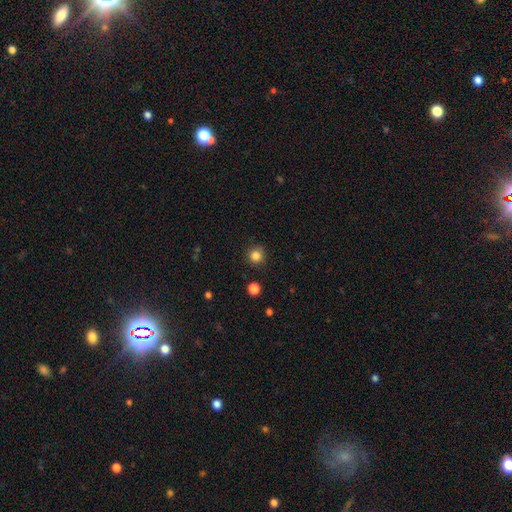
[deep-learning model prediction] Smooth or featured?
  - smooth: 84% *
  - star or artifact: 12%
  - featured or disk: 4%
How rounded?
  - round: 94% *
  - in between: 5%
  - cigar-shaped: 1%
Merging?
  - none: 89% *
  - minor disturbance: 7%
  - major disturbance: 2%
  - merger: 2%